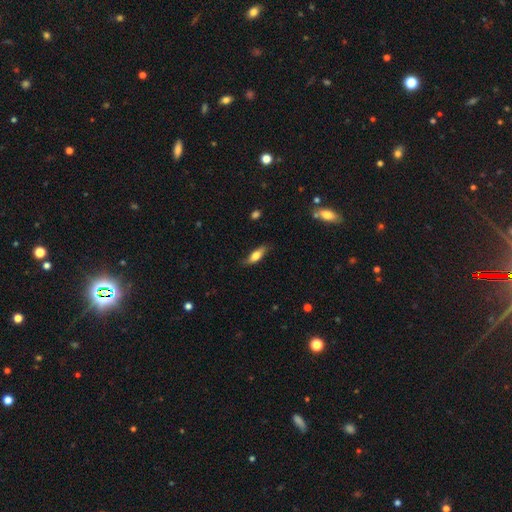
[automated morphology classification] smooth_or_featured: smooth (p=0.67) [alt: featured or disk p=0.27]
how_rounded: in between (p=0.56) [alt: cigar-shaped p=0.42]
merging: none (p=0.74) [alt: minor disturbance p=0.20]